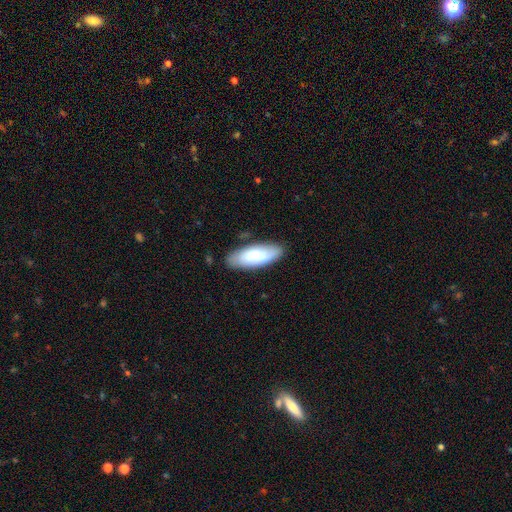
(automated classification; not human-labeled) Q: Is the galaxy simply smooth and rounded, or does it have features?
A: smooth — 77%.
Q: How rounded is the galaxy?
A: in between — 71%.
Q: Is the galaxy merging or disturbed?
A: none — 82%.